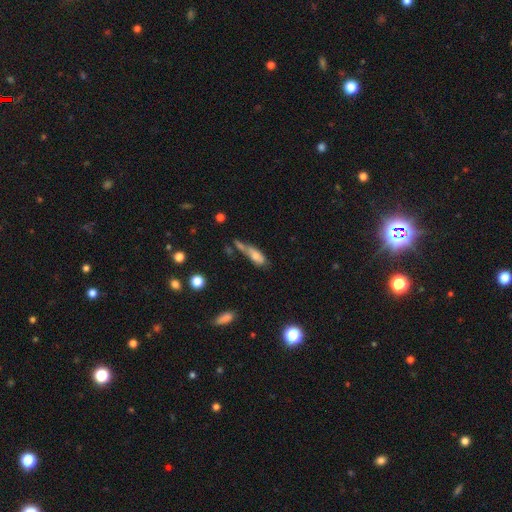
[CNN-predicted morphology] Smooth or featured: smooth — 66% (featured or disk — 25%)
How rounded: in between — 57% (cigar-shaped — 39%)
Merging: merger — 32% (none — 28%)